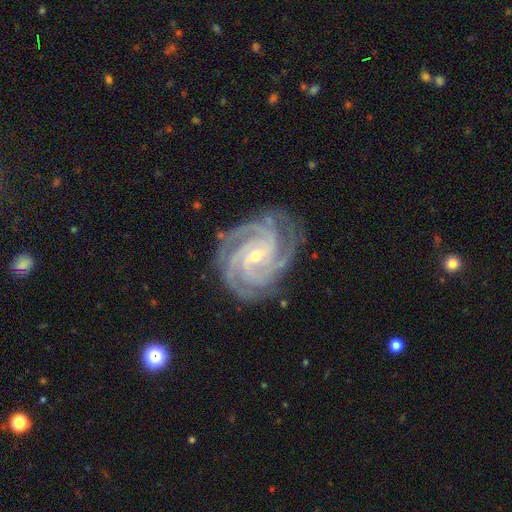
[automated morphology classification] This appears to be a featured or disk galaxy (93%) with a weak bar (43%), 4 (41%) tight (75%) spiral arms (99%) and a small central bulge (63%). Merging: none (81%).